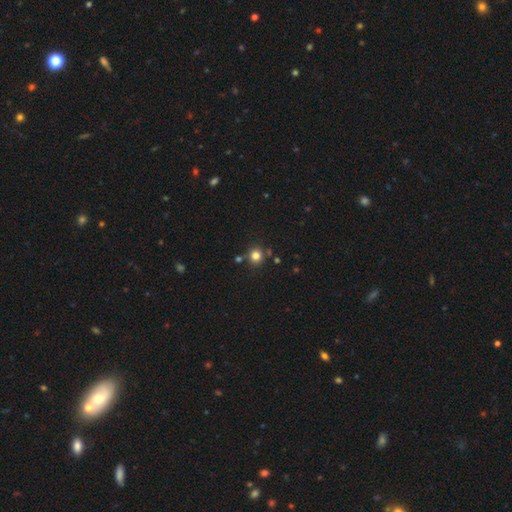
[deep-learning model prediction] This appears to be a smooth galaxy with no disk features (80%) that is round (90%). Merging: none (80%).